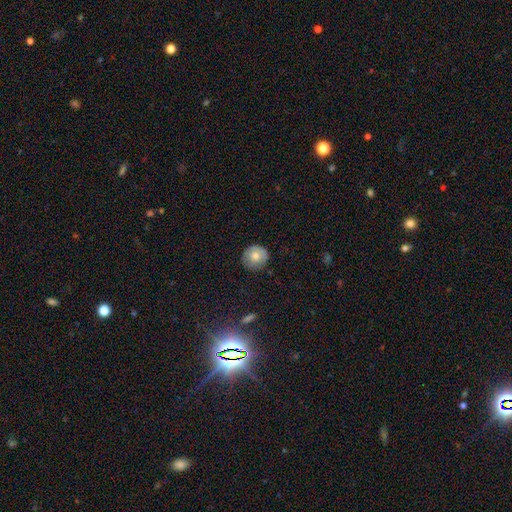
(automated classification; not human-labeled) Smooth or featured? smooth (72%)
How rounded? round (91%)
Merging? none (82%)